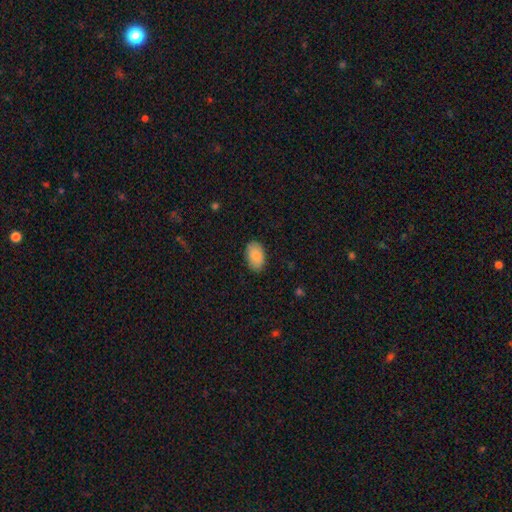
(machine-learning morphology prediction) This is clearly a smooth galaxy (86%). How rounded: clearly in between (93%). Merging: clearly none (86%).